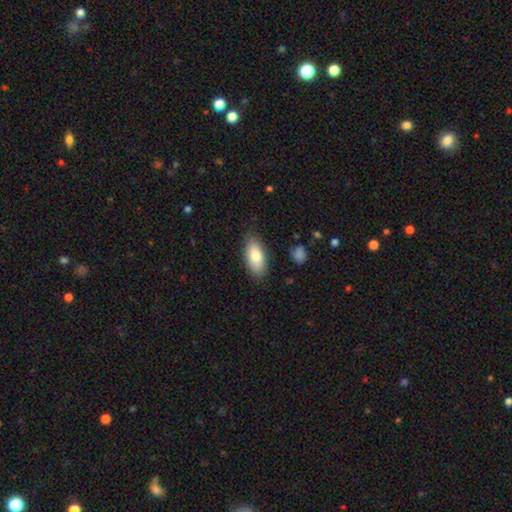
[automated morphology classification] type=smooth (79%); roundness=in between (87%); merging=none (83%).